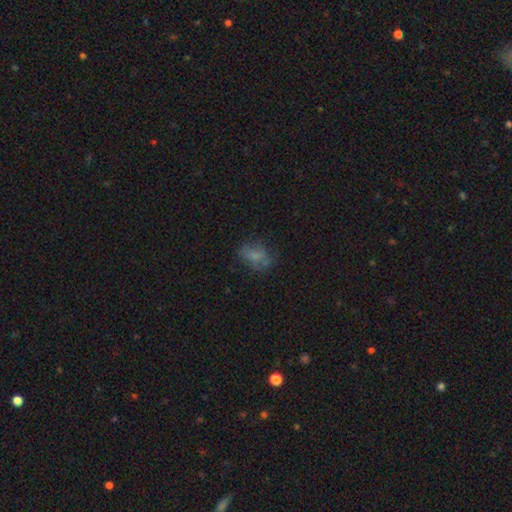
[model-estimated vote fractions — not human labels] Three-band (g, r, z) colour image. It shows a smooth galaxy with no disk features (62%) that is in between round and cigar-shaped (74%). Merging: none (57%).